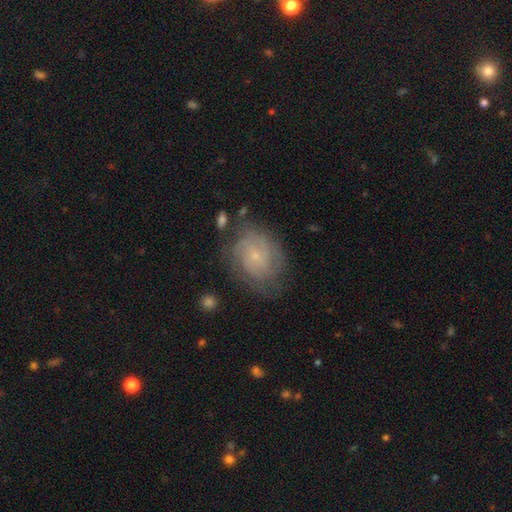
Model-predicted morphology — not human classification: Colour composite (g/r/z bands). It shows a featured or disk galaxy (65%) with no bar (79%), tight (65%) spiral arms (86%) and a small central bulge (82%). Merging: none (69%).